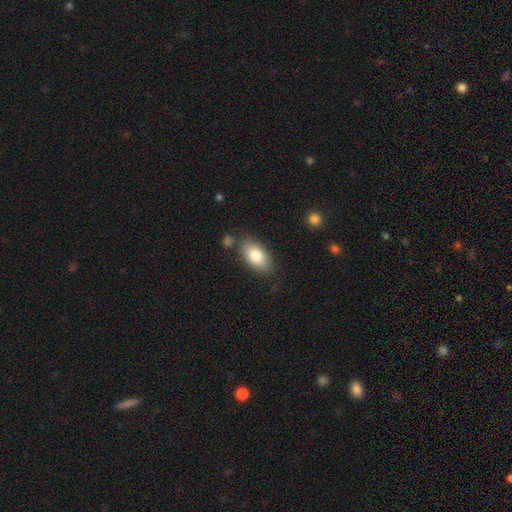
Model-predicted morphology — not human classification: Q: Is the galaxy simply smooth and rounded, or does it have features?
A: smooth — 82%.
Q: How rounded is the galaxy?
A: in between — 92%.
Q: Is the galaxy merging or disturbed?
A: none — 78%.